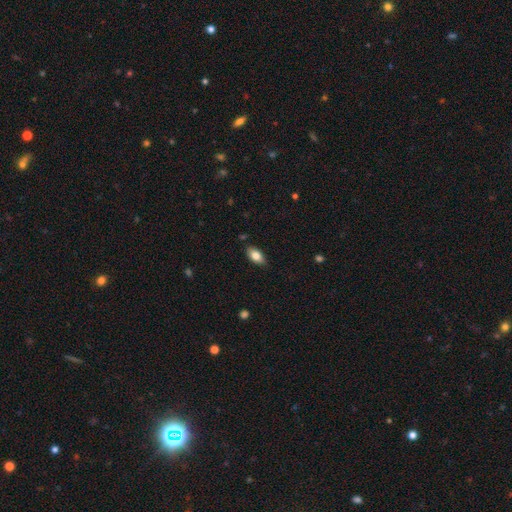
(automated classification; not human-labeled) Overall: smooth (80%). How rounded: in between (91%). Merging: none (86%).